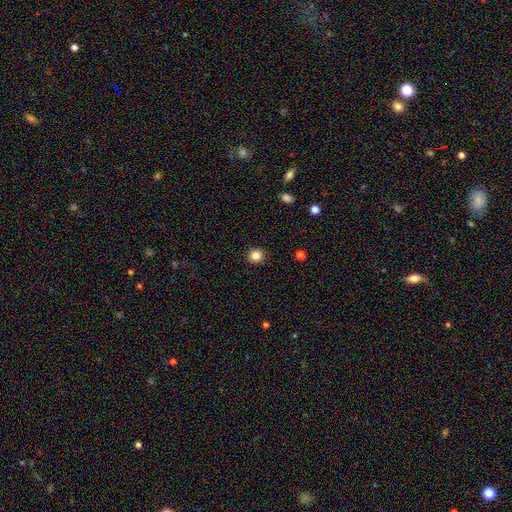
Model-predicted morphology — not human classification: Q: Smooth or featured?
A: smooth (84%); runner-up: star or artifact (12%)
Q: How rounded?
A: round (94%); runner-up: in between (5%)
Q: Merging?
A: none (93%); runner-up: minor disturbance (5%)